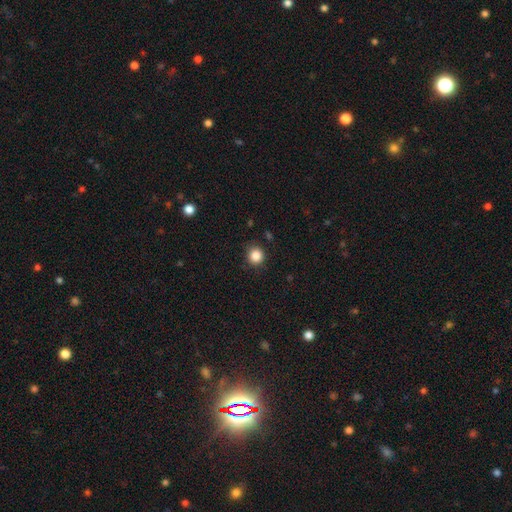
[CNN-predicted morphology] Smooth or featured? smooth (86%)
How rounded? round (90%)
Merging? none (87%)